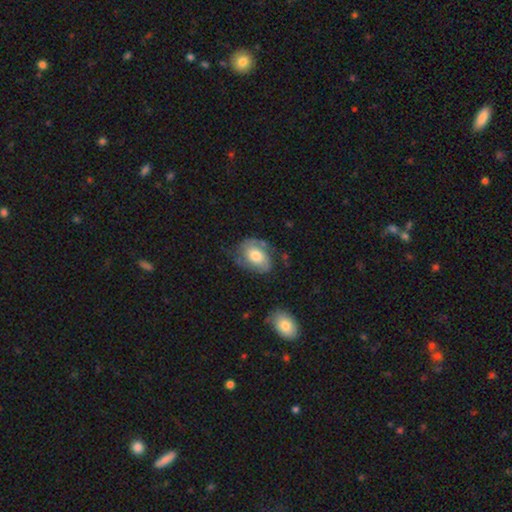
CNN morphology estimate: Smooth or featured: featured or disk — 56% (smooth — 37%)
Edge-on disk: no — 96% (yes — 4%)
Bar: no — 70% (weak — 24%)
Spiral arms: yes — 82% (no — 18%)
Bulge size: moderate — 60% (large — 24%)
Merging: none — 62% (minor disturbance — 24%)